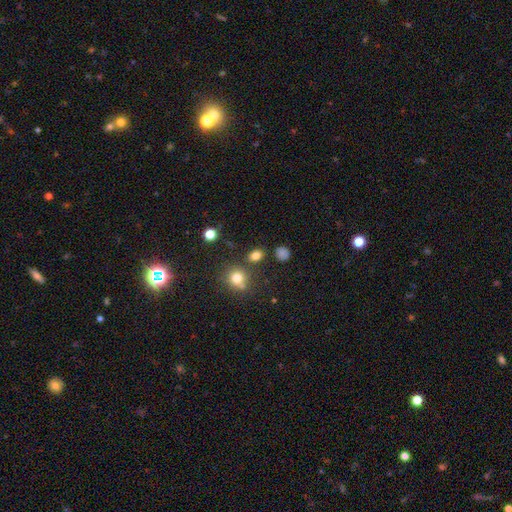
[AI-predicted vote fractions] The model was most divided on "how rounded": in between: 52%, round: 46%, cigar-shaped: 2%. More confident: smooth or featured — smooth (78%); merging — none (77%).